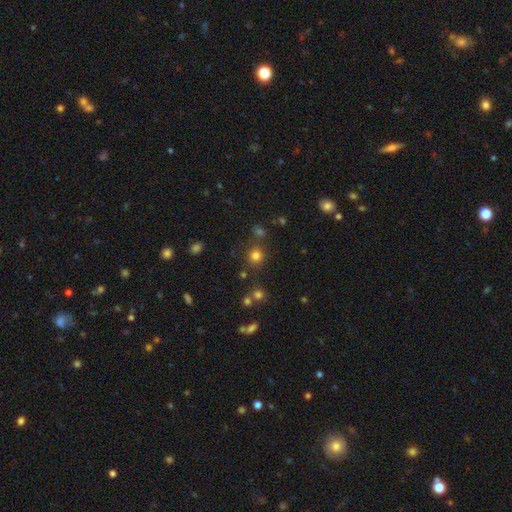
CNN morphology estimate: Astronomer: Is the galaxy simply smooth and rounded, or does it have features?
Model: smooth — 76%.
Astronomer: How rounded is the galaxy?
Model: round — 90%.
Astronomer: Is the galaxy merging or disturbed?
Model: none — 79%.